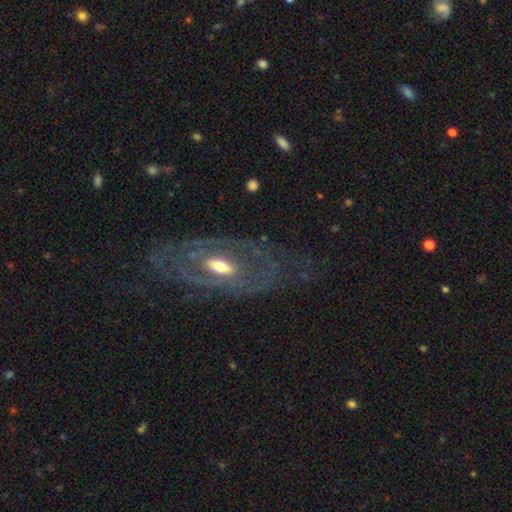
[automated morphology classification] The model was most divided on "spiral arms": yes: 60%, no: 40%. More confident: edge-on disk — no (85%); smooth or featured — featured or disk (78%); merging — none (74%); bulge size — moderate (69%); bar — no (53%).